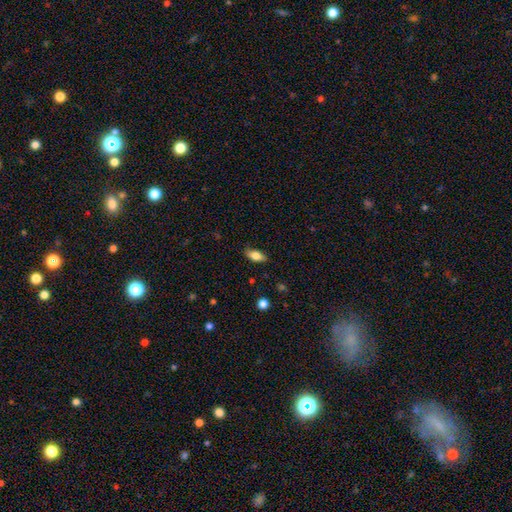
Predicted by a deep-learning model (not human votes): smooth-or-featured: smooth: 75% | featured or disk: 17% | star or artifact: 8%
  how-rounded: in between: 82% | cigar-shaped: 14% | round: 4%
  merging: none: 85% | minor disturbance: 12% | major disturbance: 2% | merger: 1%